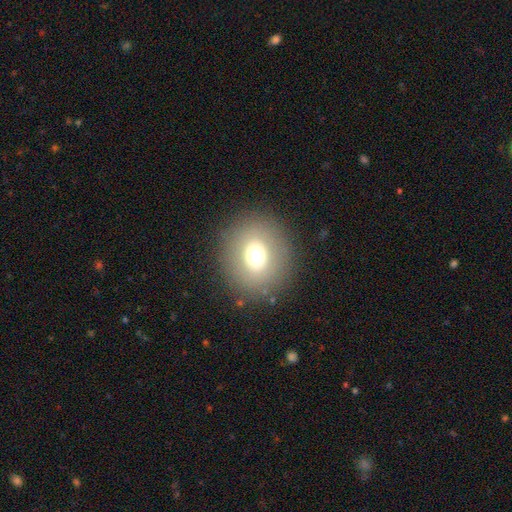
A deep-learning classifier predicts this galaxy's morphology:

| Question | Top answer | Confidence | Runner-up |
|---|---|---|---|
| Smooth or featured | smooth | 68% | featured or disk (16%) |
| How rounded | round | 83% | in between (16%) |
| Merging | none | 87% | minor disturbance (7%) |